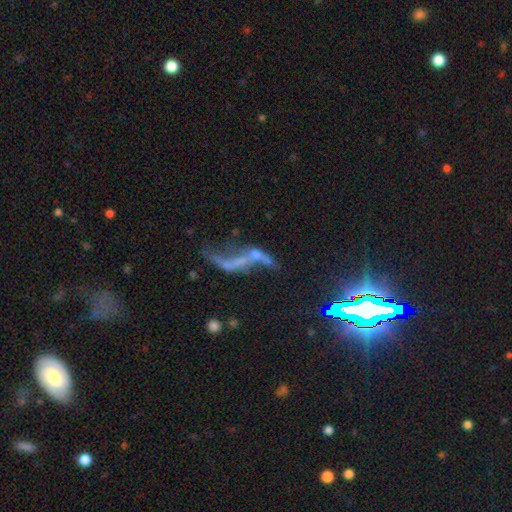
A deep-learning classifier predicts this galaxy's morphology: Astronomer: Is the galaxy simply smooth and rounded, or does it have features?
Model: featured or disk — 63%.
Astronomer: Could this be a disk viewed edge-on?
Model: no — 89%.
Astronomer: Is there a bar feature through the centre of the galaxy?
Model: no — 62%.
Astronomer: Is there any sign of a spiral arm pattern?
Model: no — 57% (runner-up: yes, 43%).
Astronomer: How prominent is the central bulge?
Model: none — 64%.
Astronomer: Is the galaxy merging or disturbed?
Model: major disturbance — 31% (runner-up: merger, 30%).